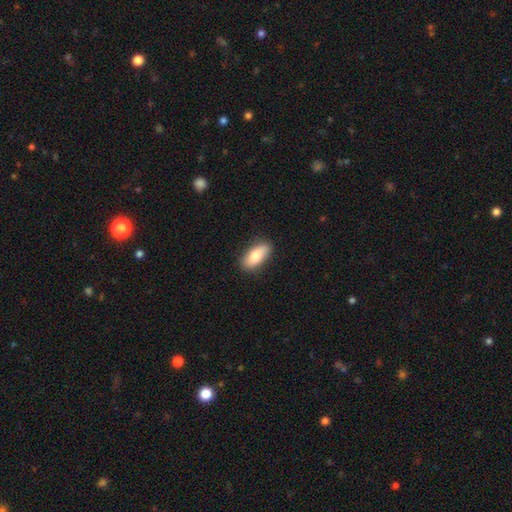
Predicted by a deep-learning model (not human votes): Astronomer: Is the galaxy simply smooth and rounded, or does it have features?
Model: smooth — 78%.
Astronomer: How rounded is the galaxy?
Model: in between — 84%.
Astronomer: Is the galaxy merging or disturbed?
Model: none — 85%.